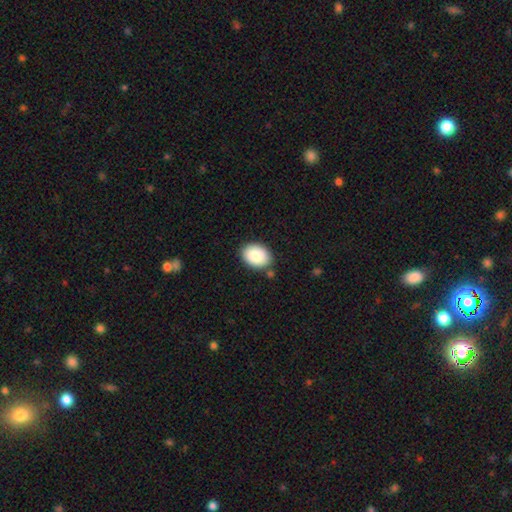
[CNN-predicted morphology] smooth 86%, featured or disk 8%, star or artifact 7%. Down the decision tree: how rounded — in between (69%); merging — none (82%).